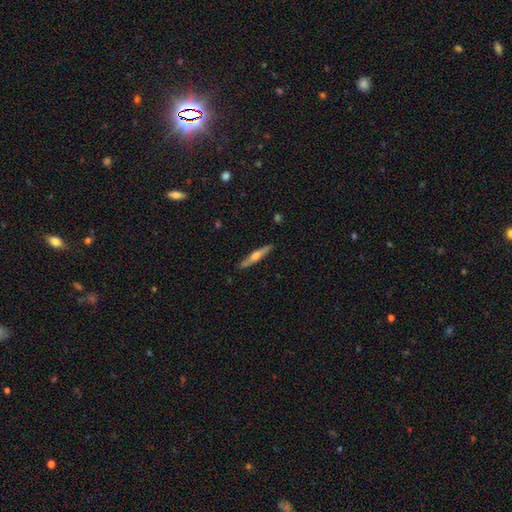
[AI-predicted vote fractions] This is possibly a featured or disk galaxy (57%). It is clearly viewed edge-on (96%). Edge-on bulge: clearly rounded (84%). Merging: clearly none (89%).